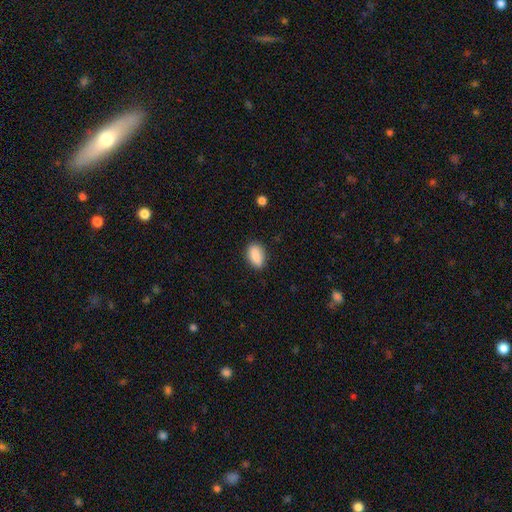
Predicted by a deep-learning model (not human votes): smooth_or_featured: smooth (p=0.87) [alt: star or artifact p=0.07]
how_rounded: in between (p=0.88) [alt: round p=0.07]
merging: none (p=0.84) [alt: minor disturbance p=0.13]